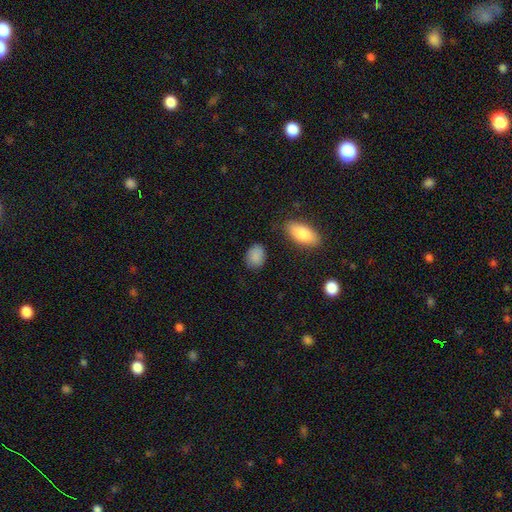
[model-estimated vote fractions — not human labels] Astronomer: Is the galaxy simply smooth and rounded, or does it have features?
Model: smooth — 88%.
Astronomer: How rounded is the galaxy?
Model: in between — 71%.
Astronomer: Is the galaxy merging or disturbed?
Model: none — 78%.